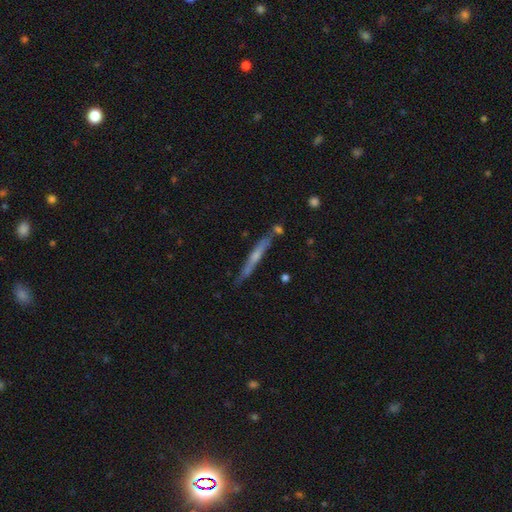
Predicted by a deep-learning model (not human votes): smooth_or_featured: featured or disk (p=0.59) [alt: smooth p=0.34]
disk_edge_on: yes (p=0.94) [alt: no p=0.06]
edge_on_bulge: rounded (p=0.47) [alt: none p=0.46]
merging: none (p=0.79) [alt: minor disturbance p=0.13]